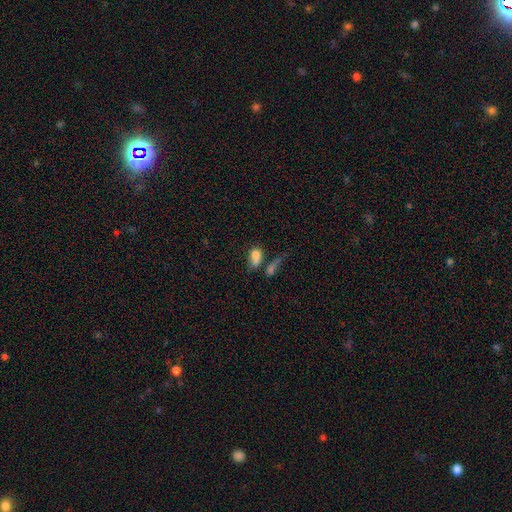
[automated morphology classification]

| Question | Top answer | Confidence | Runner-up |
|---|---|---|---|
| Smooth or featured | smooth | 75% | featured or disk (13%) |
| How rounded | in between | 75% | round (19%) |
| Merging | merger | 35% | none (31%) |